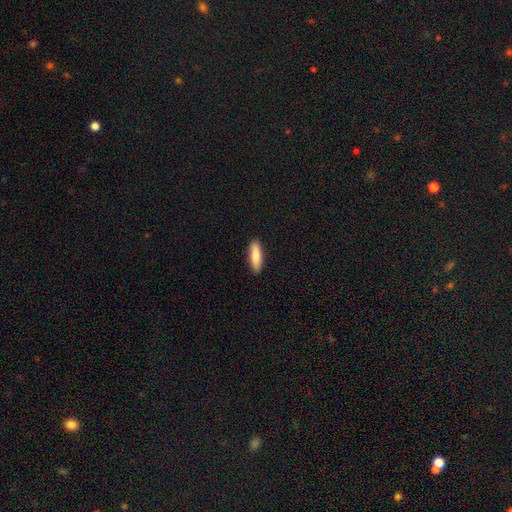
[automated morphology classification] Smooth or featured? Predicted: smooth (p=0.84). How rounded? Predicted: cigar-shaped (p=0.58). Merging? Predicted: none (p=0.90).